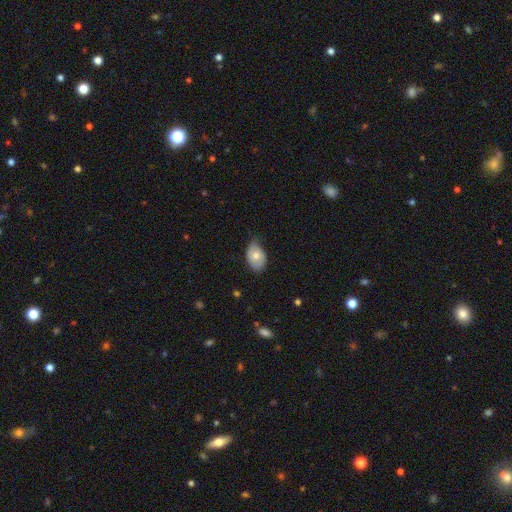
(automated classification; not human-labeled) This is likely a smooth galaxy (73%). How rounded: clearly in between (85%). Merging: possibly none (59%).